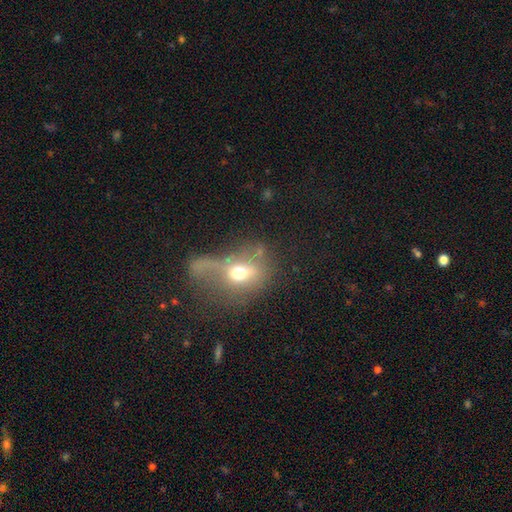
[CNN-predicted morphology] A smooth galaxy with no disk features (52%) that is in between round and cigar-shaped (55%).

Vote fractions:
- Smooth or featured? smooth: 52% / featured or disk: 33% / star or artifact: 15%
- How rounded? in between: 55% / round: 41% / cigar-shaped: 4%
- Merging? major disturbance: 43% / none: 24% / minor disturbance: 20% / merger: 13%